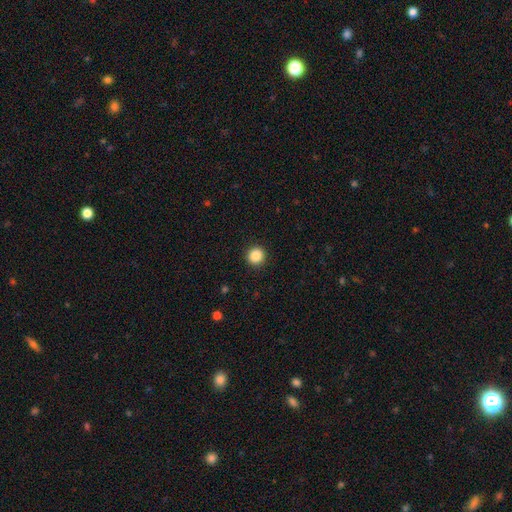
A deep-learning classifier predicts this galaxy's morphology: Smooth or featured: smooth — 88% (star or artifact — 9%)
How rounded: round — 94% (in between — 5%)
Merging: none — 93% (minor disturbance — 5%)